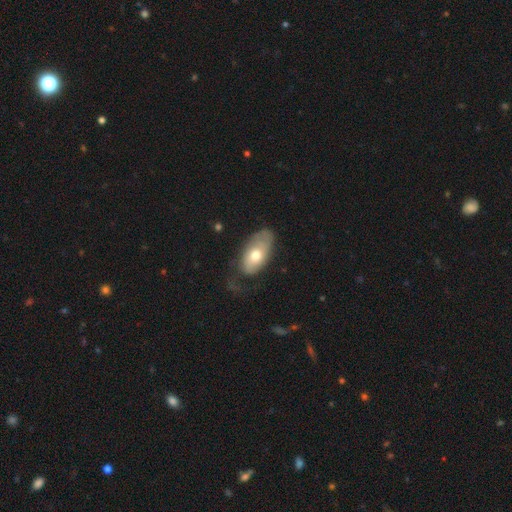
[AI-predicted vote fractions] Q: Smooth or featured?
A: smooth (57%); runner-up: featured or disk (37%)
Q: How rounded?
A: in between (92%); runner-up: round (5%)
Q: Merging?
A: none (50%); runner-up: minor disturbance (29%)